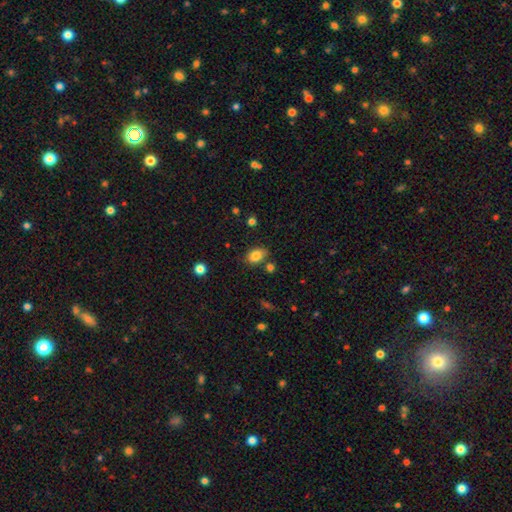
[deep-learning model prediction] Q: Smooth or featured?
A: smooth (84%); runner-up: star or artifact (9%)
Q: How rounded?
A: in between (80%); runner-up: round (18%)
Q: Merging?
A: none (75%); runner-up: minor disturbance (15%)